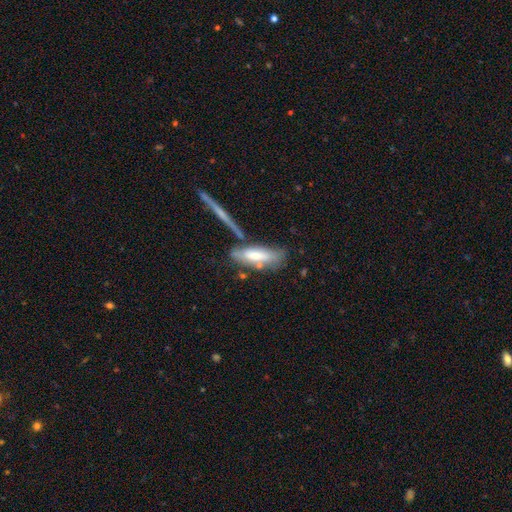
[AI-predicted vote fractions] smooth-or-featured: smooth: 60% | featured or disk: 34% | star or artifact: 6%
  how-rounded: in between: 54% | cigar-shaped: 44% | round: 2%
  merging: none: 51% | merger: 20% | minor disturbance: 20% | major disturbance: 9%